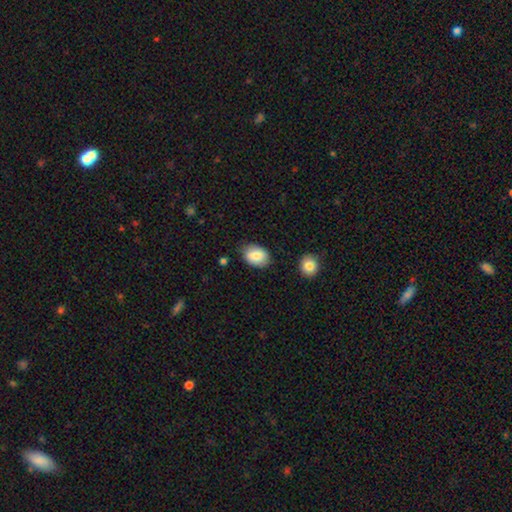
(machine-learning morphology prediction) smooth 84%, featured or disk 9%, star or artifact 7%. Down the decision tree: how rounded — in between (77%); merging — none (79%).